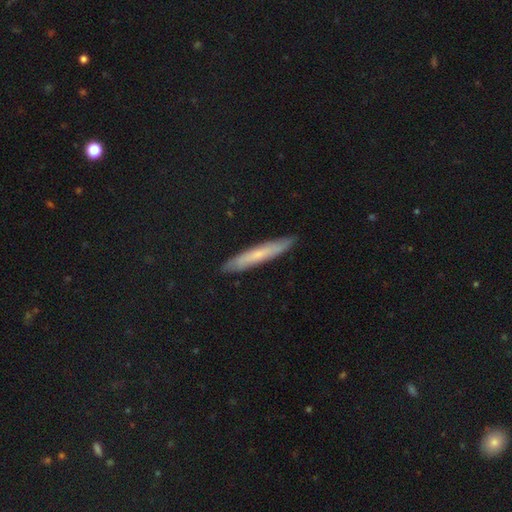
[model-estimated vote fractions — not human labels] Smooth or featured? smooth (53%)
How rounded? cigar-shaped (94%)
Merging? none (89%)